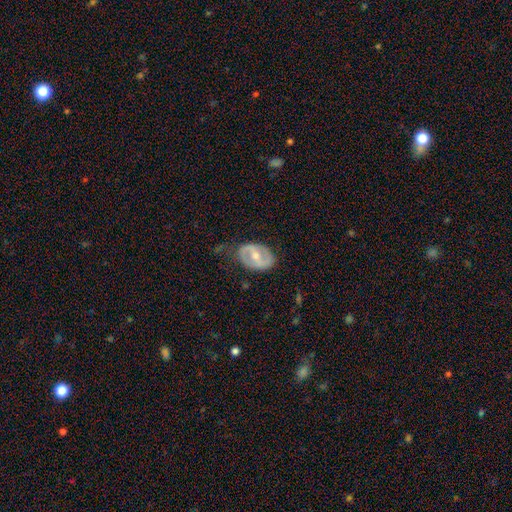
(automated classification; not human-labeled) Smooth or featured?
  - featured or disk: 68% *
  - smooth: 27%
  - star or artifact: 5%
Edge-on disk?
  - no: 95% *
  - yes: 5%
Bar?
  - weak: 41% *
  - strong: 36%
  - no: 23%
Spiral arms?
  - yes: 61% *
  - no: 39%
Bulge size?
  - moderate: 59% *
  - small: 38%
  - large: 2%
  - none: 1%
  - dominant: 1%
Merging?
  - none: 67% *
  - minor disturbance: 24%
  - major disturbance: 8%
  - merger: 2%